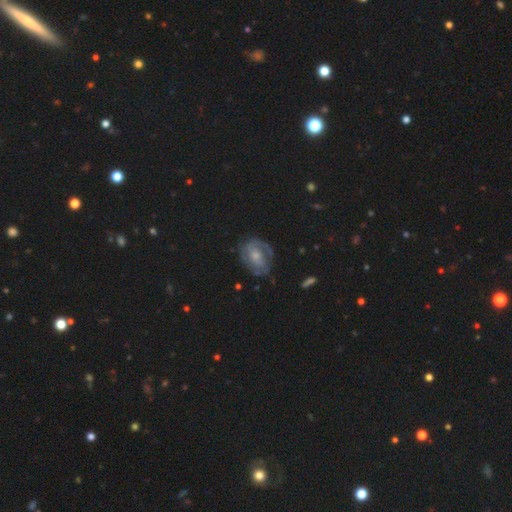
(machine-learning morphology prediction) Smooth or featured: featured or disk — 64% (smooth — 28%)
Edge-on disk: no — 96% (yes — 4%)
Bar: no — 60% (weak — 32%)
Spiral arms: yes — 70% (no — 30%)
Bulge size: small — 50% (moderate — 40%)
Merging: none — 61% (minor disturbance — 23%)